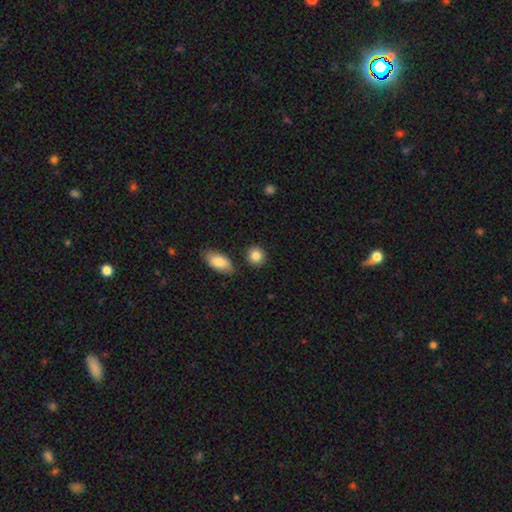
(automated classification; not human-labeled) Overall: smooth (87%). How rounded: round (81%). Merging: none (84%).